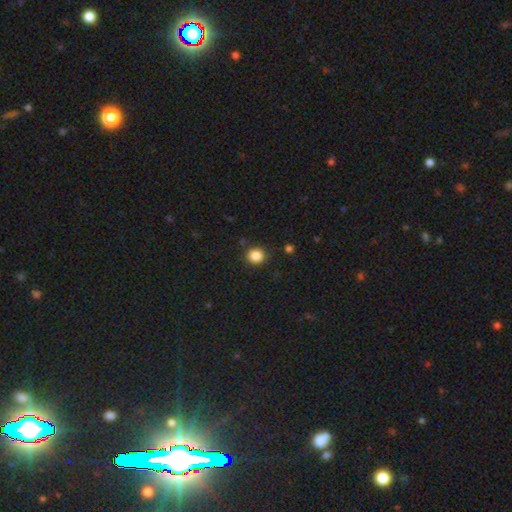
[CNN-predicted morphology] smooth 86%, star or artifact 11%, featured or disk 3%. Down the decision tree: how rounded — round (85%); merging — none (89%).